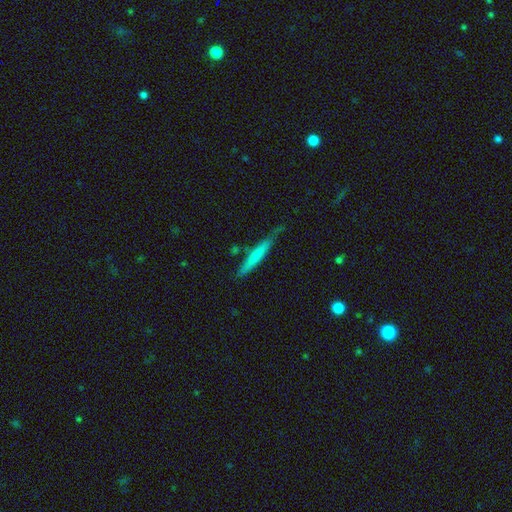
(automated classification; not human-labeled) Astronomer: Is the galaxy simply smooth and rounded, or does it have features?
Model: smooth — 65%.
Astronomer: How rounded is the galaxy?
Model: cigar-shaped — 94%.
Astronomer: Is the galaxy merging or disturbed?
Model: none — 67%.